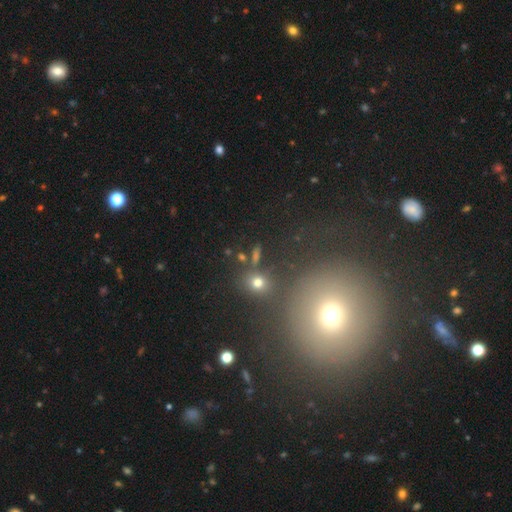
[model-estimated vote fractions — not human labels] This appears to be a smooth galaxy with no disk features (58%) that is round (47%). Merging: none (76%).